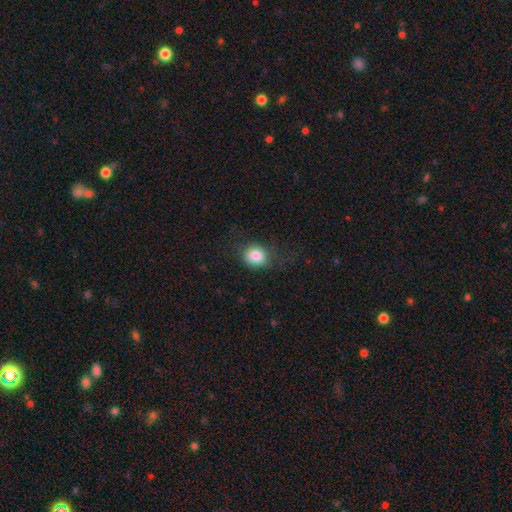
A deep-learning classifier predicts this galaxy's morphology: The model was most divided on "how rounded": round: 67%, in between: 32%, cigar-shaped: 1%. More confident: smooth or featured — smooth (83%); merging — none (68%).